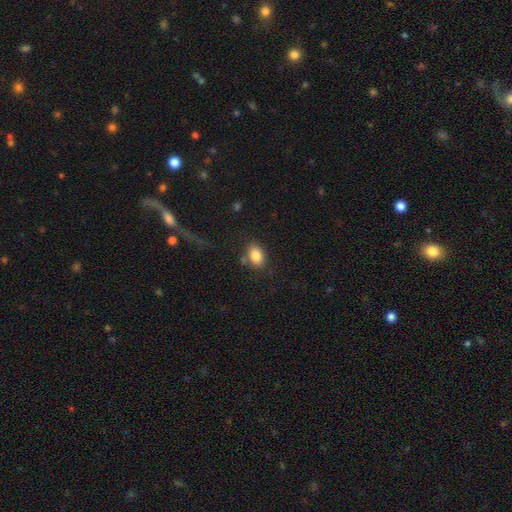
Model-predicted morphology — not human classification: This appears to be a smooth galaxy with no disk features (83%) that is in between round and cigar-shaped (78%). Merging: none (74%).